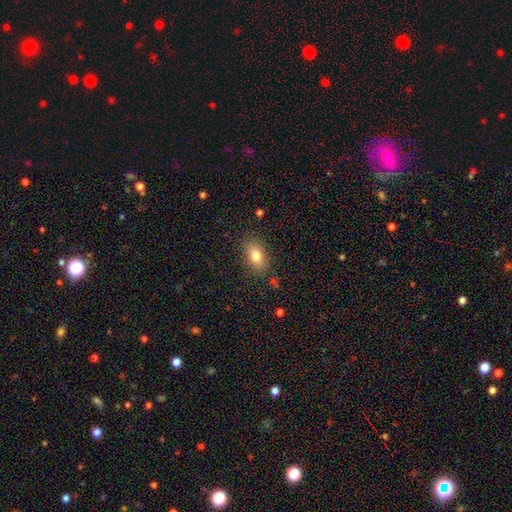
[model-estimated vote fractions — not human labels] This is clearly a smooth galaxy (80%). How rounded: clearly in between (84%). Merging: clearly none (83%).